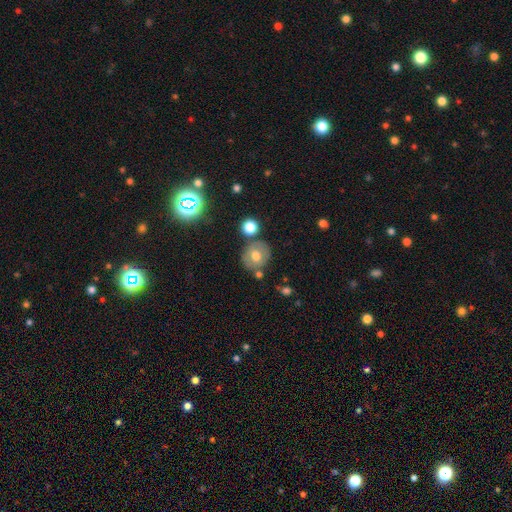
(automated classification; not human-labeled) This is likely a smooth galaxy (61%). How rounded: likely round (79%). Merging: likely none (71%).